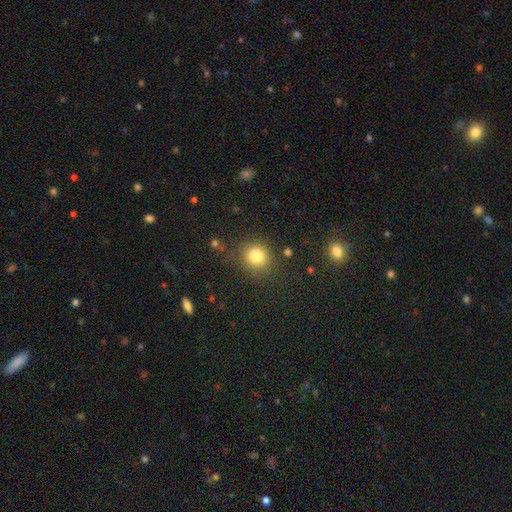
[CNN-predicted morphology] Q: Smooth or featured?
A: smooth (82%); runner-up: star or artifact (12%)
Q: How rounded?
A: round (77%); runner-up: in between (22%)
Q: Merging?
A: none (75%); runner-up: minor disturbance (15%)